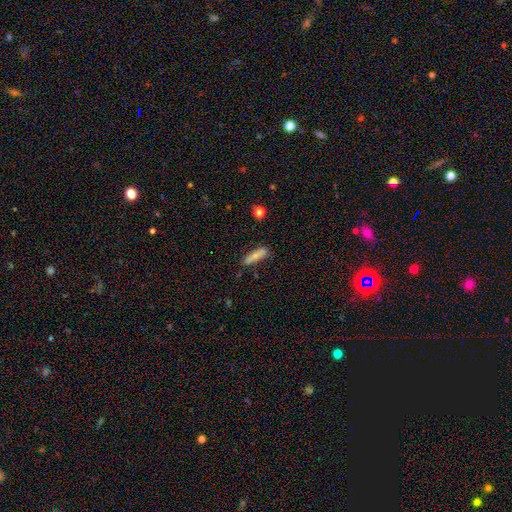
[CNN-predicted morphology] smooth-or-featured: smooth: 76% | featured or disk: 17% | star or artifact: 7%
  how-rounded: cigar-shaped: 68% | in between: 29% | round: 2%
  merging: none: 81% | minor disturbance: 13% | major disturbance: 3% | merger: 2%